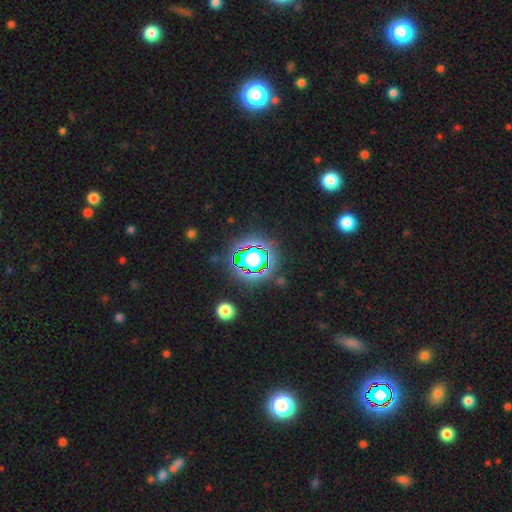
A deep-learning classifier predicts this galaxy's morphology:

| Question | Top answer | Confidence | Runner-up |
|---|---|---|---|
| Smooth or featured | star or artifact | 82% | smooth (11%) |